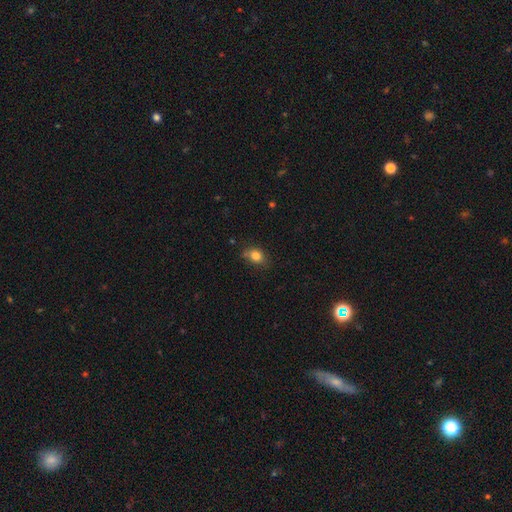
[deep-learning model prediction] smooth_or_featured: smooth (p=0.82) [alt: star or artifact p=0.11]
how_rounded: in between (p=0.54) [alt: round p=0.45]
merging: none (p=0.71) [alt: minor disturbance p=0.21]